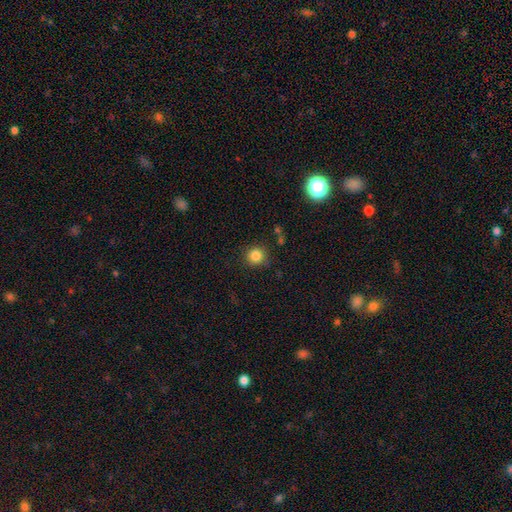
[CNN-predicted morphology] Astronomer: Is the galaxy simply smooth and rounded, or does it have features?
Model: smooth — 84%.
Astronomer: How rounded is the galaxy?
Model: round — 94%.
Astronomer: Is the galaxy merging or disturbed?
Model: none — 86%.